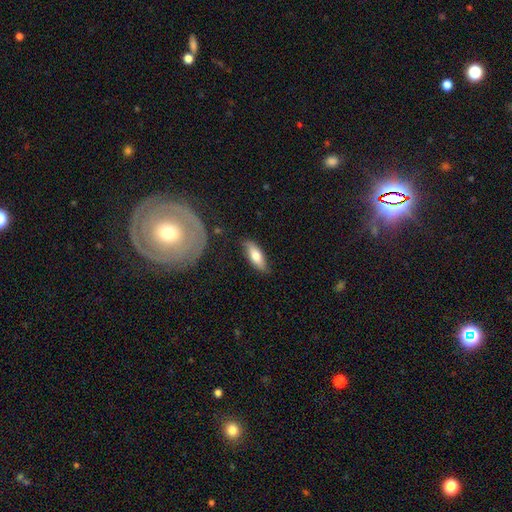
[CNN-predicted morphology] Smooth or featured: smooth — 70% (featured or disk — 24%)
How rounded: in between — 67% (cigar-shaped — 31%)
Merging: none — 77% (minor disturbance — 17%)